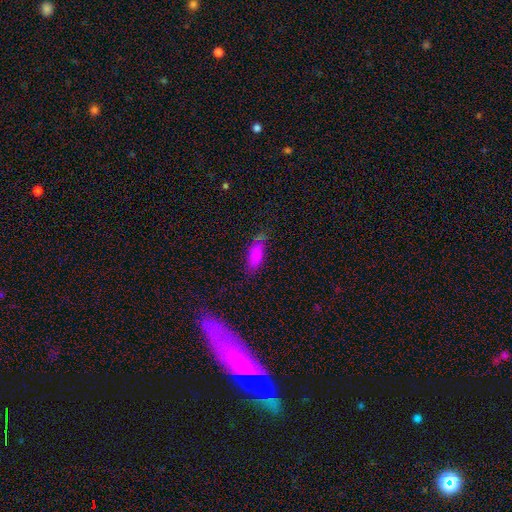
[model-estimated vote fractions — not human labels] Q: Smooth or featured?
A: smooth (80%); runner-up: featured or disk (12%)
Q: How rounded?
A: in between (62%); runner-up: cigar-shaped (36%)
Q: Merging?
A: none (69%); runner-up: minor disturbance (23%)